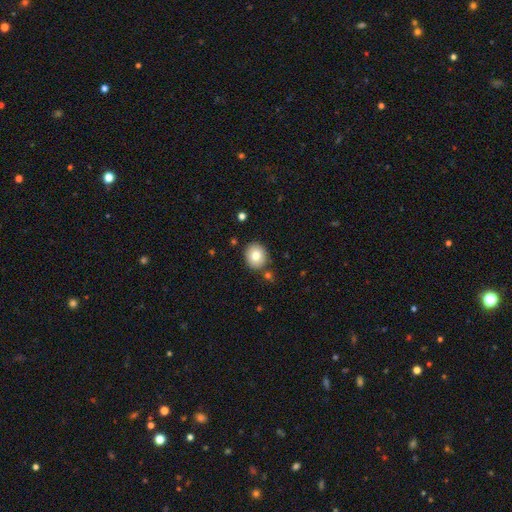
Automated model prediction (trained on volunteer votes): smooth_or_featured: smooth (p=0.78) [alt: featured or disk p=0.13]
how_rounded: round (p=0.72) [alt: in between p=0.27]
merging: none (p=0.84) [alt: minor disturbance p=0.09]